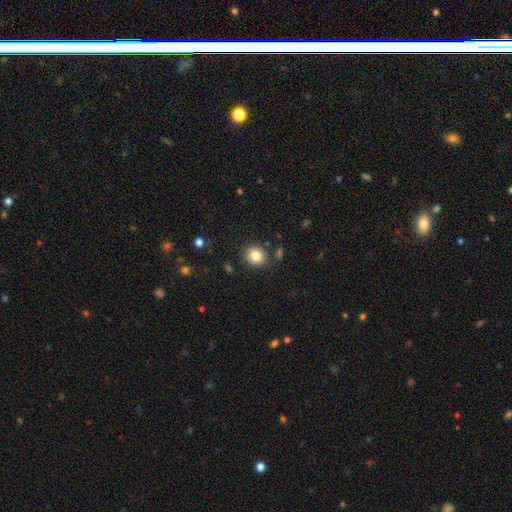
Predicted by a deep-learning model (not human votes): Q: Smooth or featured?
A: smooth (84%); runner-up: star or artifact (10%)
Q: How rounded?
A: round (81%); runner-up: in between (18%)
Q: Merging?
A: none (85%); runner-up: minor disturbance (9%)